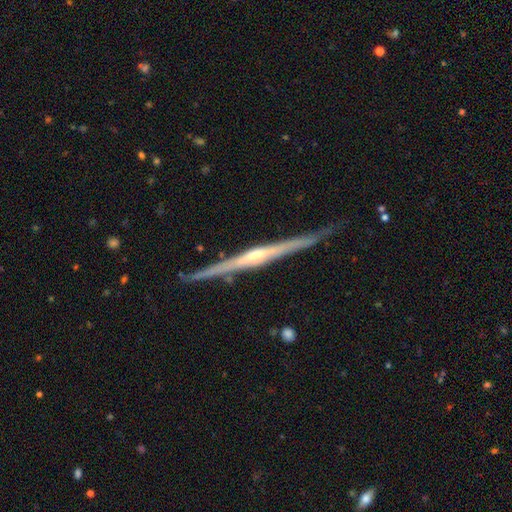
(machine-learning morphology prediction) Smooth or featured?
  - featured or disk: 86% *
  - smooth: 9%
  - star or artifact: 5%
Edge-on disk?
  - yes: 98% *
  - no: 2%
Edge-on bulge?
  - rounded: 70% *
  - none: 19%
  - boxy: 11%
Merging?
  - none: 87% *
  - minor disturbance: 10%
  - major disturbance: 2%
  - merger: 1%